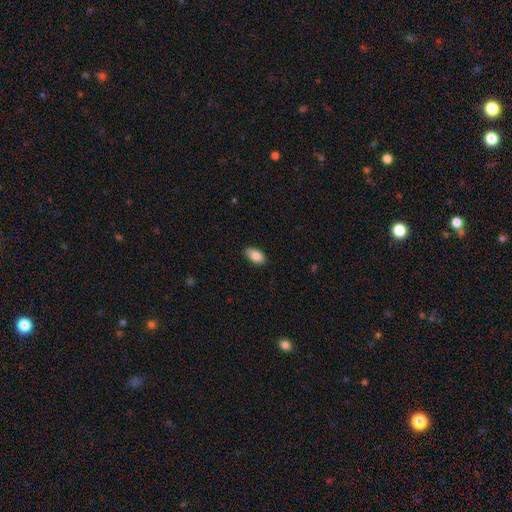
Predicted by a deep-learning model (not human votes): A smooth galaxy with no disk features (86%) that is in between round and cigar-shaped (93%). Merging: none (84%).